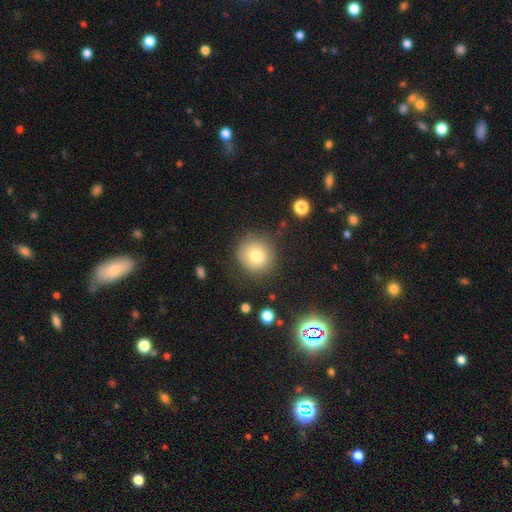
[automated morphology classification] Overall: smooth (75%). How rounded: round (90%). Merging: none (81%).